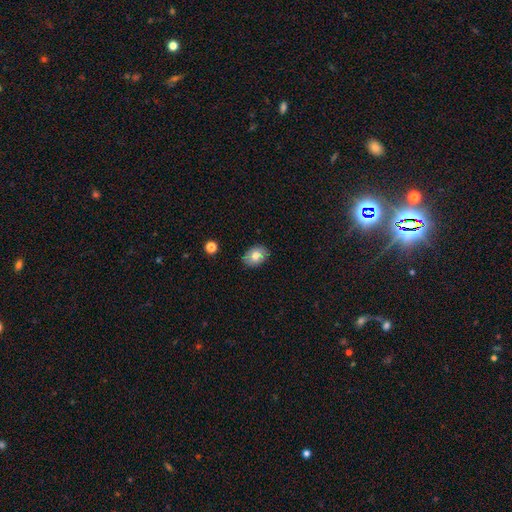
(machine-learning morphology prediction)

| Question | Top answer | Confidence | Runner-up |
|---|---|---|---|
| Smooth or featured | smooth | 76% | featured or disk (16%) |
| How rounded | in between | 72% | round (27%) |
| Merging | none | 84% | minor disturbance (12%) |